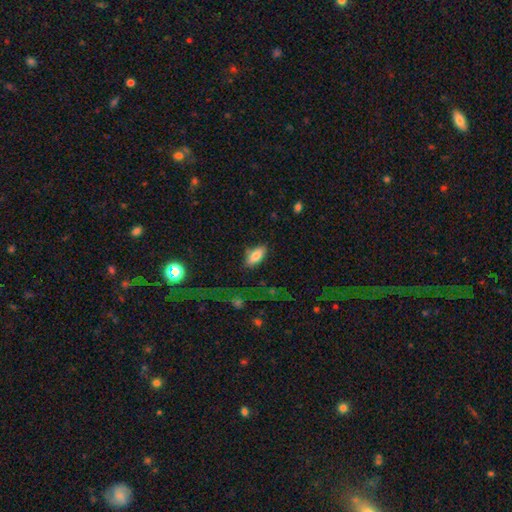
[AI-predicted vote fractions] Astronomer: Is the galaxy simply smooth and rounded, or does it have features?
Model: smooth — 82%.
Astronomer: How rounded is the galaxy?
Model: in between — 86%.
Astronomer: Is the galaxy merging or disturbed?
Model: none — 77%.